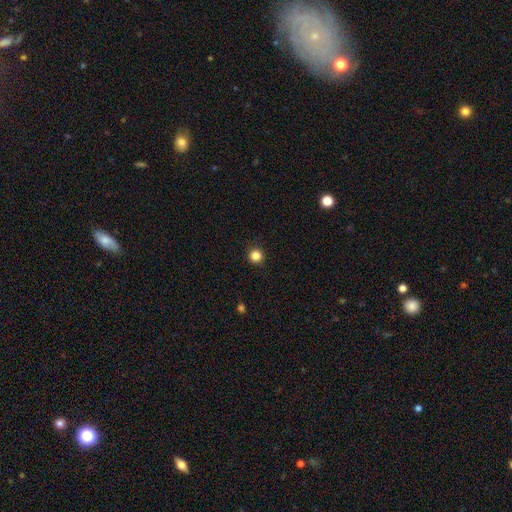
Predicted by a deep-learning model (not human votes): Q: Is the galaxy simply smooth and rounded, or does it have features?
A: smooth — 85%.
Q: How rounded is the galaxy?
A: round — 94%.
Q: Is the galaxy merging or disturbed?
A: none — 91%.